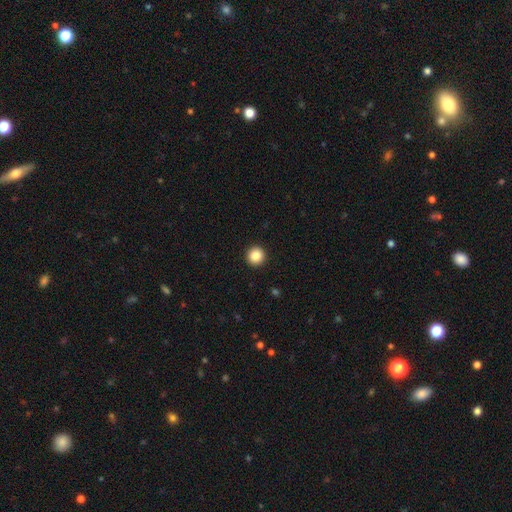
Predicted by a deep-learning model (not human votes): Smooth or featured? smooth (87%)
How rounded? round (95%)
Merging? none (93%)